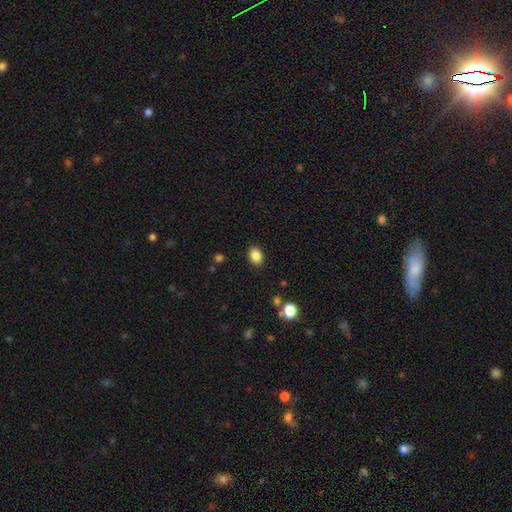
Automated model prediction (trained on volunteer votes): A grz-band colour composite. It shows a smooth galaxy with no disk features (86%) that is in between round and cigar-shaped (81%). Merging: none (88%).